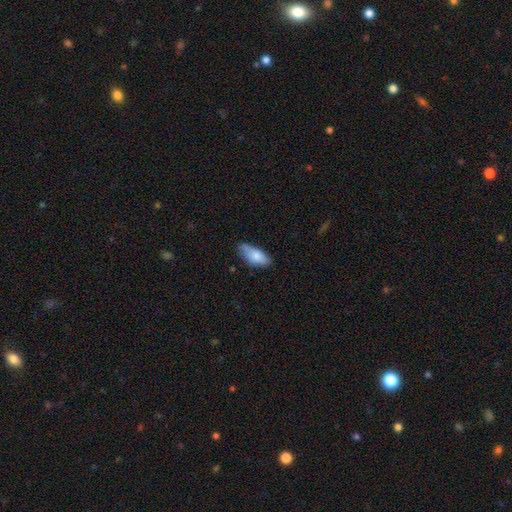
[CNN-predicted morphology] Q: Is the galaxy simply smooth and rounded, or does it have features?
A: smooth — 80%.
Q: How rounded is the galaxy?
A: in between — 85%.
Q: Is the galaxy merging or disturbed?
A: none — 69%.